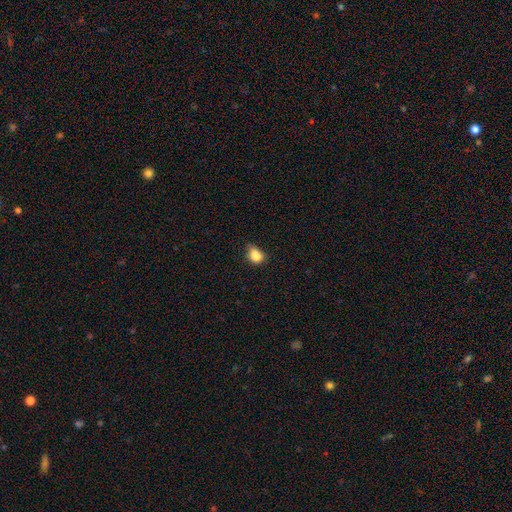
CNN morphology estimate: type=smooth (84%); roundness=in between (65%); merging=none (48%).